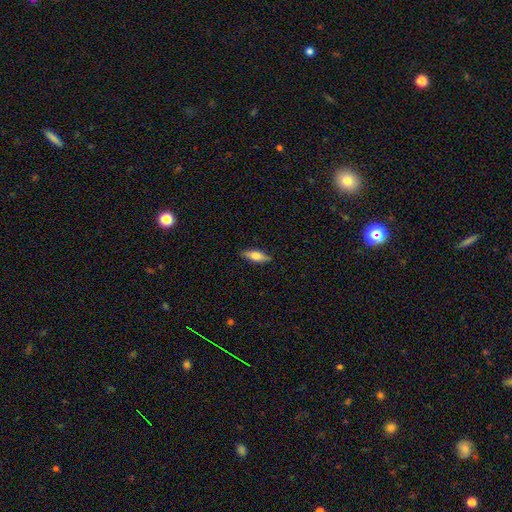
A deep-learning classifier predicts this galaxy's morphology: Smooth or featured: smooth — 56% (featured or disk — 38%)
How rounded: in between — 50% (cigar-shaped — 47%)
Merging: none — 87% (minor disturbance — 10%)